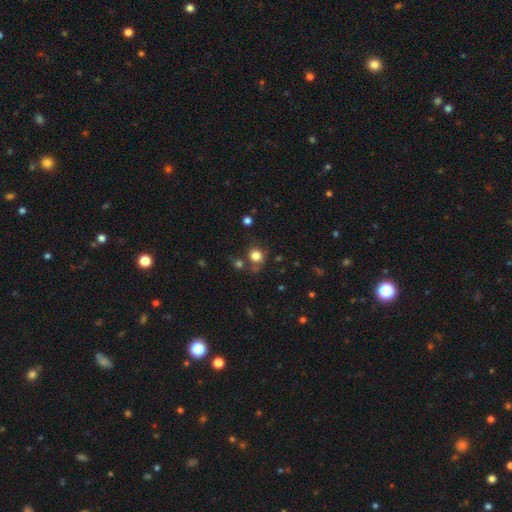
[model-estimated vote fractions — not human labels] The model was most divided on "merging": none: 69%, minor disturbance: 13%, merger: 12%, major disturbance: 5%. More confident: how rounded — round (88%); smooth or featured — smooth (80%).